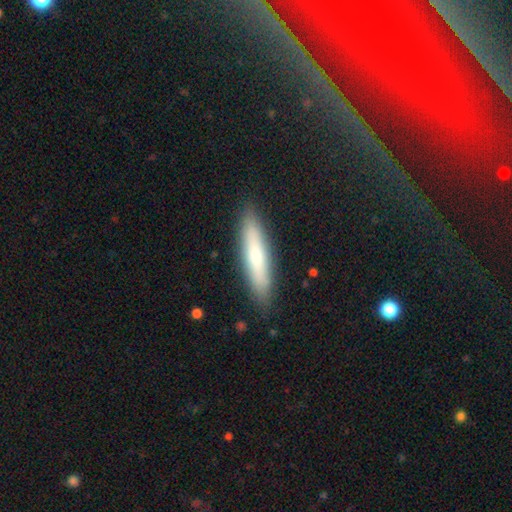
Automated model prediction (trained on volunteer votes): smooth_or_featured: smooth (p=0.66) [alt: featured or disk p=0.28]
how_rounded: cigar-shaped (p=0.81) [alt: in between p=0.18]
merging: none (p=0.88) [alt: minor disturbance p=0.09]